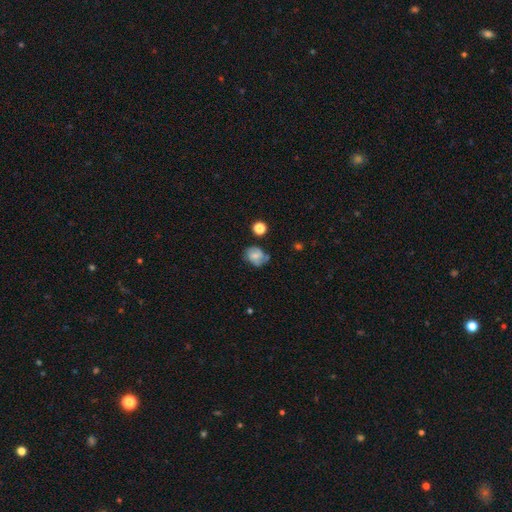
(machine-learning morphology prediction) A featured or disk galaxy (48%). Merging: none (57%).